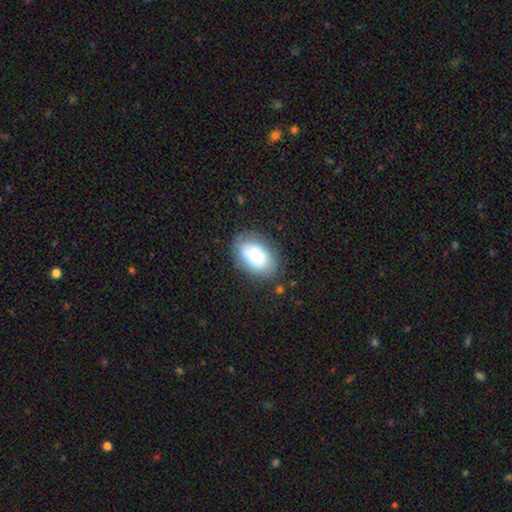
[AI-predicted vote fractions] A smooth galaxy with no disk features (64%) that is in between round and cigar-shaped (85%).

Vote fractions:
- Smooth or featured? smooth: 64% / featured or disk: 28% / star or artifact: 8%
- How rounded? in between: 85% / round: 14% / cigar-shaped: 1%
- Merging? none: 72% / minor disturbance: 18% / major disturbance: 6% / merger: 3%